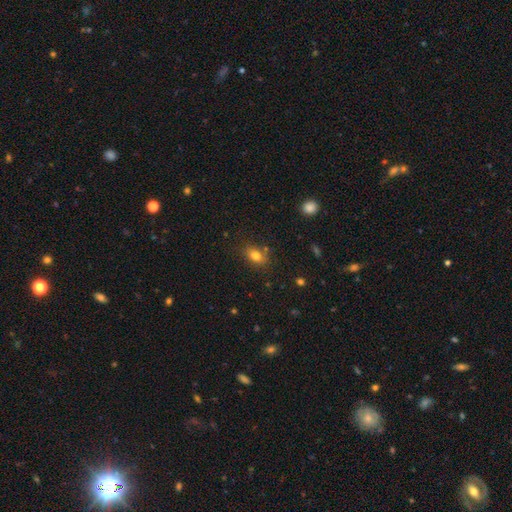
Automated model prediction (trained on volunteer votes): Smooth or featured?
  - smooth: 79% *
  - star or artifact: 12%
  - featured or disk: 10%
How rounded?
  - in between: 76% *
  - round: 22%
  - cigar-shaped: 2%
Merging?
  - none: 78% *
  - minor disturbance: 14%
  - merger: 5%
  - major disturbance: 3%